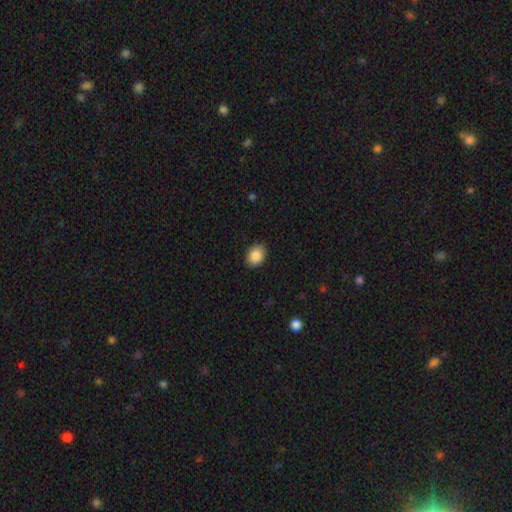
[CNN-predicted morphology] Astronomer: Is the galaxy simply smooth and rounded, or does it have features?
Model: smooth — 88%.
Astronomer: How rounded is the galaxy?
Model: in between — 66%.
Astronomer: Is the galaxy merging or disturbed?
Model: none — 88%.